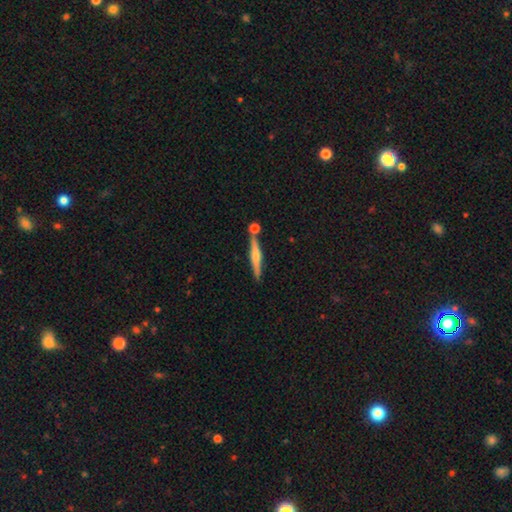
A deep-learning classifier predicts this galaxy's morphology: This is possibly a featured or disk galaxy (54%). It is clearly viewed edge-on (96%). Edge-on bulge: likely rounded (65%). Merging: likely none (75%).